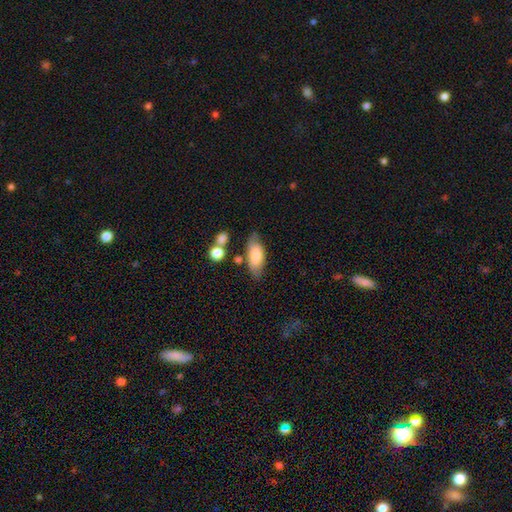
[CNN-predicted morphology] A smooth galaxy with no disk features (76%) that is in between round and cigar-shaped (82%).

Vote fractions:
- Smooth or featured? smooth: 76% / featured or disk: 18% / star or artifact: 6%
- How rounded? in between: 82% / cigar-shaped: 16% / round: 3%
- Merging? none: 66% / minor disturbance: 20% / merger: 8% / major disturbance: 5%